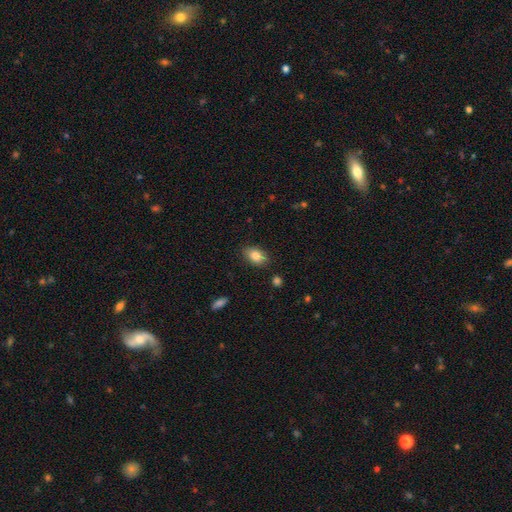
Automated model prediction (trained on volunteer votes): smooth-or-featured: smooth: 85% | featured or disk: 8% | star or artifact: 8%
  how-rounded: in between: 89% | round: 8% | cigar-shaped: 3%
  merging: none: 84% | minor disturbance: 12% | major disturbance: 3% | merger: 2%